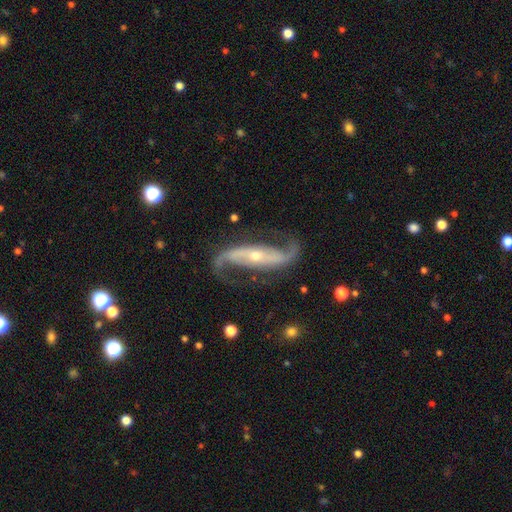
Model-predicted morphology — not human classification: Smooth or featured?
  - featured or disk: 92% *
  - star or artifact: 5%
  - smooth: 4%
Edge-on disk?
  - no: 92% *
  - yes: 8%
Bar?
  - strong: 46% *
  - no: 32%
  - weak: 21%
Spiral arms?
  - yes: 98% *
  - no: 2%
Spiral winding?
  - loose: 61% *
  - medium: 30%
  - tight: 10%
Spiral arm count?
  - 2: 94% *
  - can't tell: 1%
  - 1: 1%
  - 3: 1%
  - 4: 1%
  - more than 4: 1%
Bulge size?
  - small: 71% *
  - moderate: 25%
  - large: 2%
  - none: 1%
  - dominant: 1%
Merging?
  - none: 79% *
  - minor disturbance: 13%
  - major disturbance: 7%
  - merger: 2%